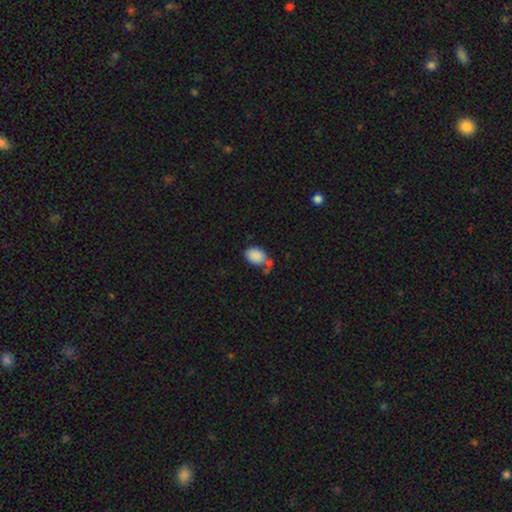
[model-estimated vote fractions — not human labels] smooth 87%, star or artifact 8%, featured or disk 5%. Down the decision tree: how rounded — in between (78%); merging — none (51%).